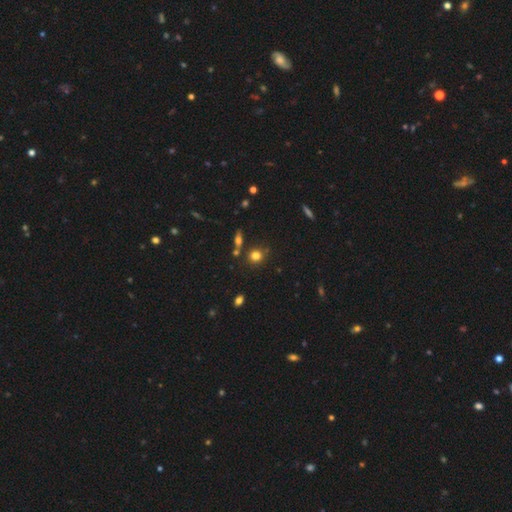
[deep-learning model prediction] Smooth or featured? smooth (77%)
How rounded? round (80%)
Merging? none (72%)